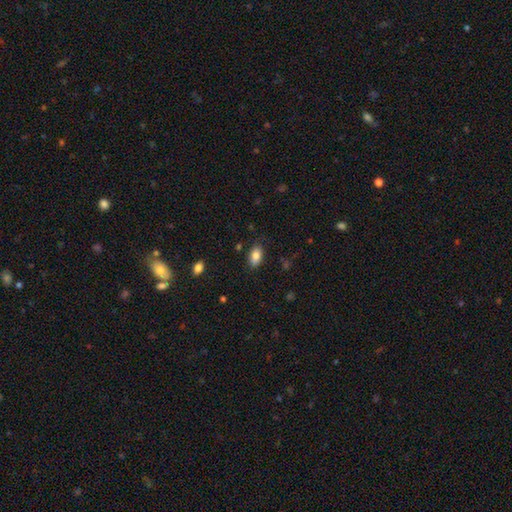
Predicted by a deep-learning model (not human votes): Smooth or featured?
  - smooth: 84% *
  - featured or disk: 8%
  - star or artifact: 8%
How rounded?
  - in between: 91% *
  - round: 6%
  - cigar-shaped: 3%
Merging?
  - none: 83% *
  - minor disturbance: 13%
  - major disturbance: 3%
  - merger: 1%